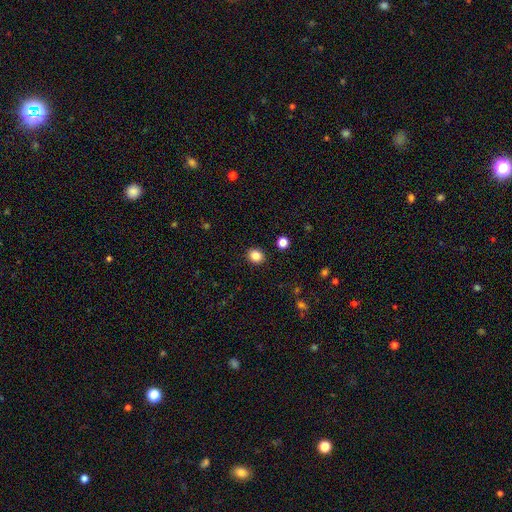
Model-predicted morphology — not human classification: Q: Smooth or featured?
A: smooth (84%); runner-up: star or artifact (11%)
Q: How rounded?
A: round (72%); runner-up: in between (27%)
Q: Merging?
A: none (91%); runner-up: minor disturbance (6%)